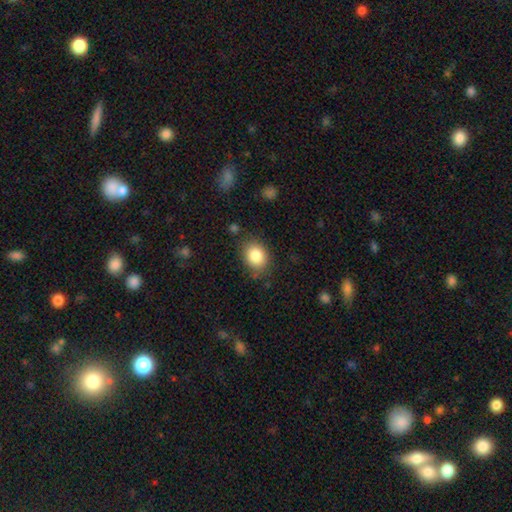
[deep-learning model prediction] The model was most divided on "how rounded": in between: 54%, round: 45%, cigar-shaped: 1%. More confident: smooth or featured — smooth (85%); merging — none (79%).